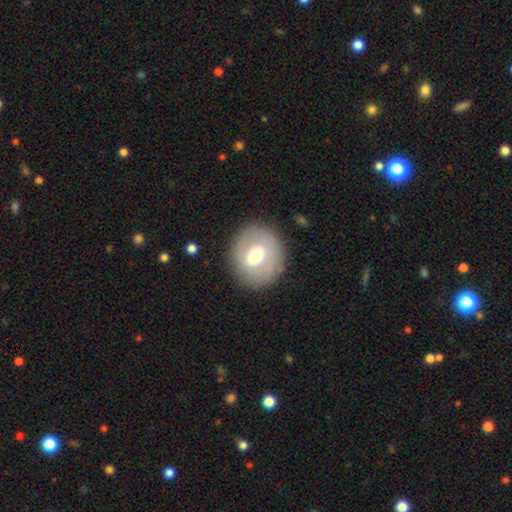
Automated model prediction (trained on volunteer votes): A smooth galaxy with no disk features (55%) that is round (73%).

Vote fractions:
- Smooth or featured? smooth: 55% / featured or disk: 38% / star or artifact: 7%
- How rounded? round: 73% / in between: 26% / cigar-shaped: 1%
- Merging? none: 84% / minor disturbance: 10% / major disturbance: 5% / merger: 1%